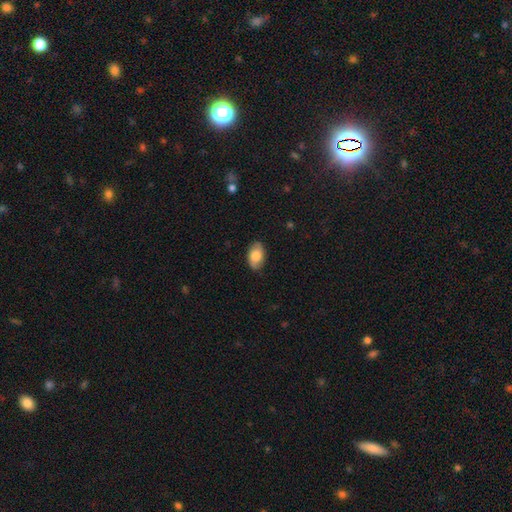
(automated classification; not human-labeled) smooth-or-featured: smooth: 65% | featured or disk: 28% | star or artifact: 7%
  how-rounded: in between: 91% | round: 7% | cigar-shaped: 2%
  merging: none: 83% | minor disturbance: 13% | major disturbance: 3% | merger: 1%